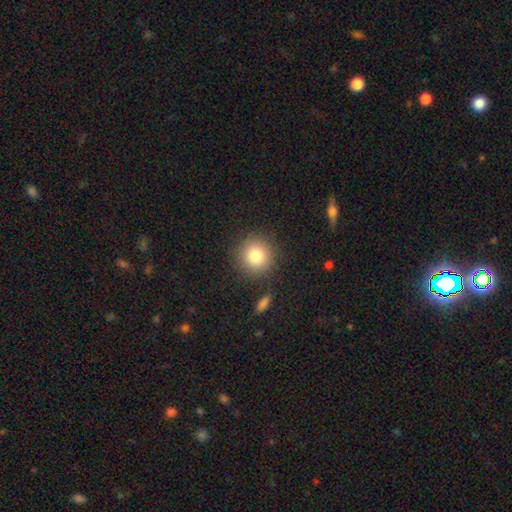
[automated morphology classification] A smooth galaxy with no disk features (81%) that is round (92%). Merging: none (87%).